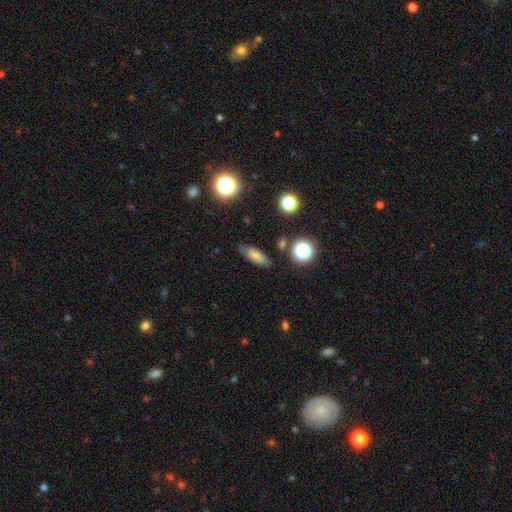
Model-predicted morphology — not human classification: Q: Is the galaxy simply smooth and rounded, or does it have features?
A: smooth — 71%.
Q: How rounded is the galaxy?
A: in between — 62%.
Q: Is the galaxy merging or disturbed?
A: none — 79%.